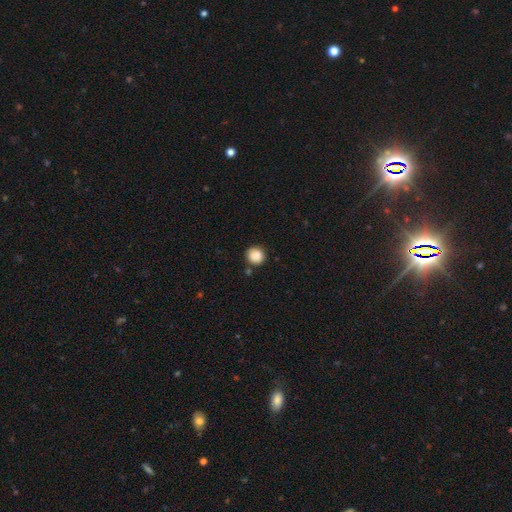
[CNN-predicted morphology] Smooth or featured?
  - smooth: 88% *
  - star or artifact: 9%
  - featured or disk: 3%
How rounded?
  - round: 90% *
  - in between: 9%
  - cigar-shaped: 1%
Merging?
  - none: 83% *
  - minor disturbance: 10%
  - merger: 4%
  - major disturbance: 3%